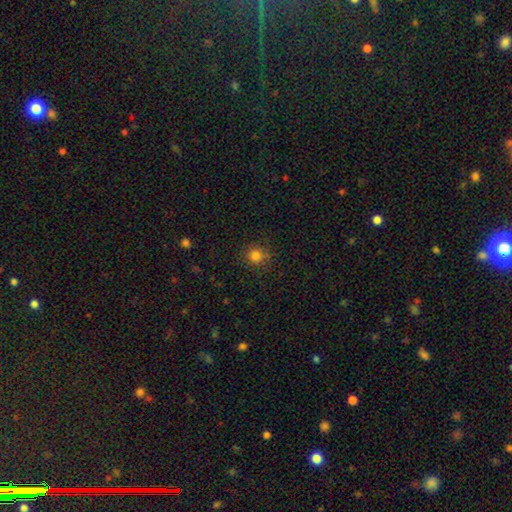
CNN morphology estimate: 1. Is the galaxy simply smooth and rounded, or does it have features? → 82% smooth, 14% star or artifact, 4% featured or disk.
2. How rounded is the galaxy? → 87% round, 12% in between, 1% cigar-shaped.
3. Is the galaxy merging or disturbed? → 86% none, 10% minor disturbance, 3% major disturbance, 1% merger.